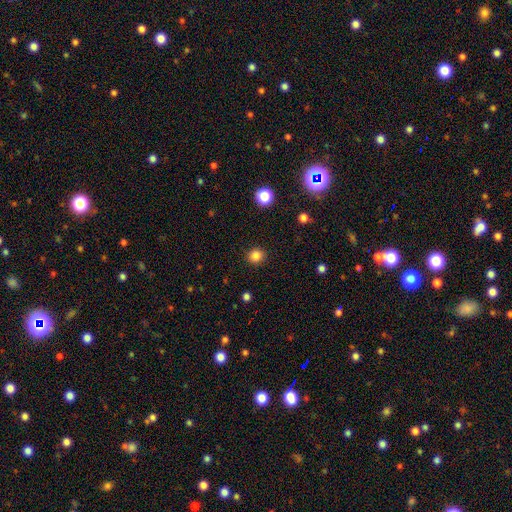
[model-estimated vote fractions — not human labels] The model was most divided on "smooth or featured": smooth: 84%, star or artifact: 12%, featured or disk: 4%. More confident: merging — none (91%); how rounded — round (87%).